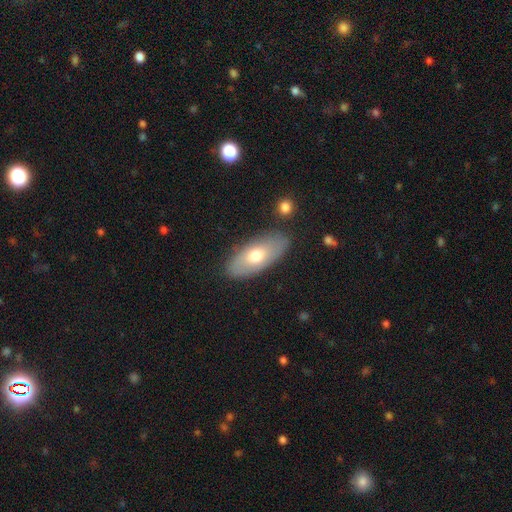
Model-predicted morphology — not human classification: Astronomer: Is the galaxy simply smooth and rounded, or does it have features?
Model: smooth — 62%.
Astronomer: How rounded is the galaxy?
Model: in between — 87%.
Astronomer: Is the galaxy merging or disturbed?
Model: none — 83%.